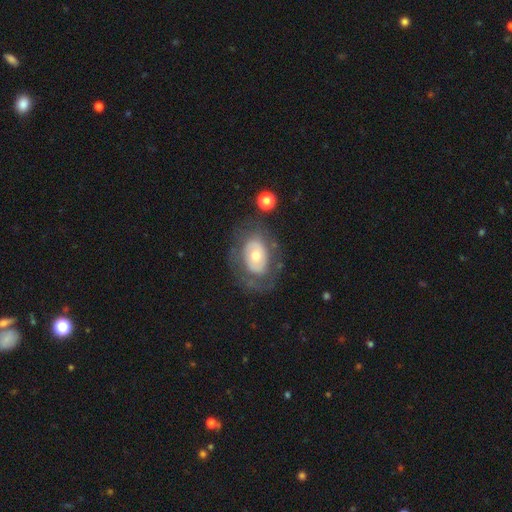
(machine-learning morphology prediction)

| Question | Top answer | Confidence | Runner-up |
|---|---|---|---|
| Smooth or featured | featured or disk | 58% | smooth (35%) |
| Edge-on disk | no | 94% | yes (6%) |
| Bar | no | 83% | weak (13%) |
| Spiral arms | no | 67% | yes (33%) |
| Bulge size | moderate | 60% | small (30%) |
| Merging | none | 64% | minor disturbance (18%) |